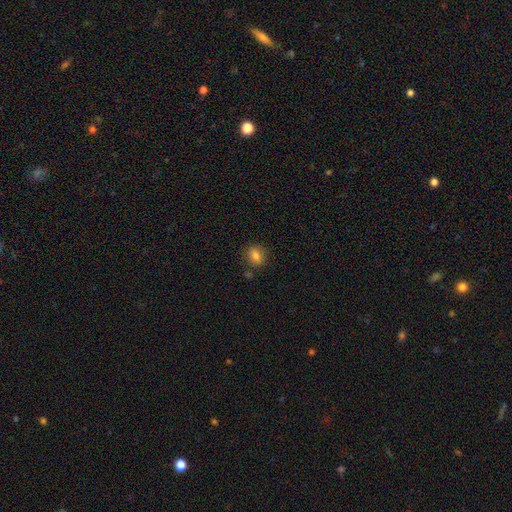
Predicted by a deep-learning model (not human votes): smooth_or_featured: smooth (p=0.80) [alt: star or artifact p=0.11]
how_rounded: round (p=0.57) [alt: in between p=0.41]
merging: none (p=0.81) [alt: minor disturbance p=0.11]